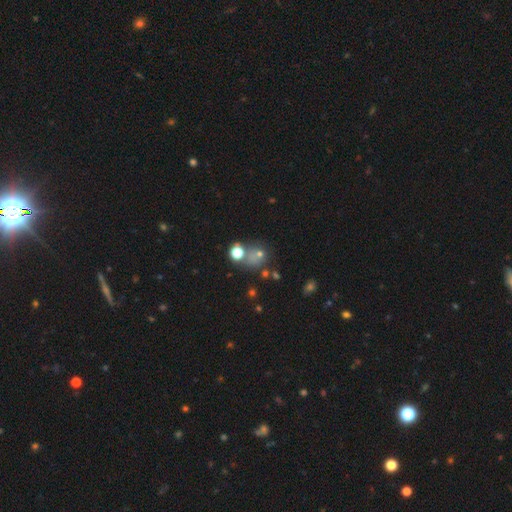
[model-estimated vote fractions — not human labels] A smooth galaxy with no disk features (61%) that is round (79%). Merging: none (52%).